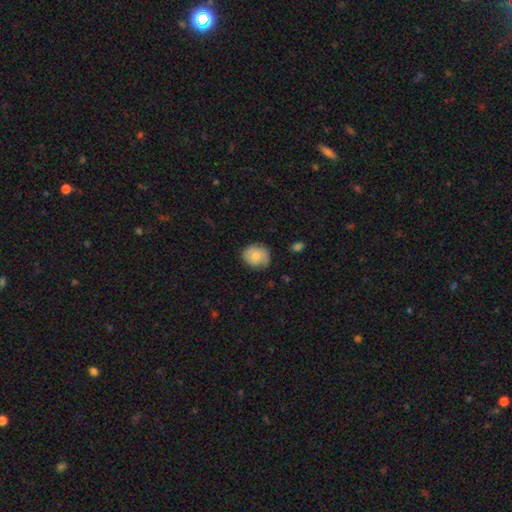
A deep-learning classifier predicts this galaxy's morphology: Q: Smooth or featured?
A: smooth (77%); runner-up: featured or disk (16%)
Q: How rounded?
A: round (71%); runner-up: in between (28%)
Q: Merging?
A: none (74%); runner-up: minor disturbance (21%)